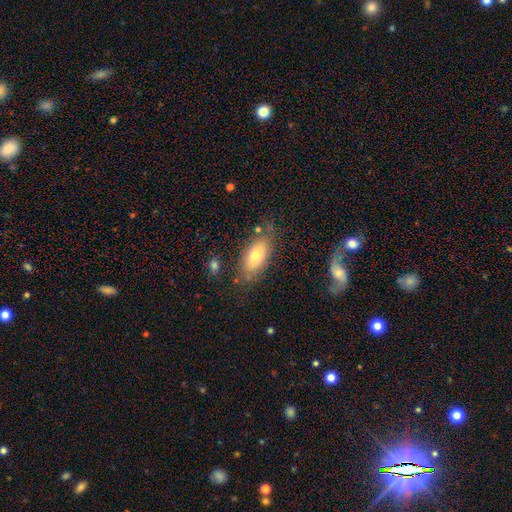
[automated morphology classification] Smooth or featured: smooth — 69% (featured or disk — 23%)
How rounded: in between — 88% (cigar-shaped — 8%)
Merging: none — 71% (minor disturbance — 18%)